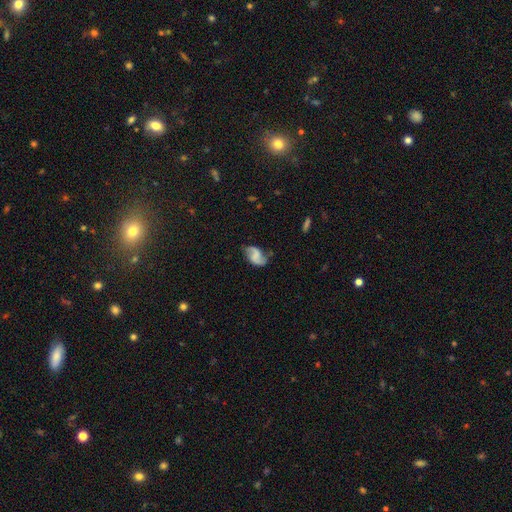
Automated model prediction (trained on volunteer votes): A featured or disk galaxy (65%) with no bar (42%), 2 (89%) loose (56%) spiral arms (91%) and no central bulge (57%). Merging: none (64%).